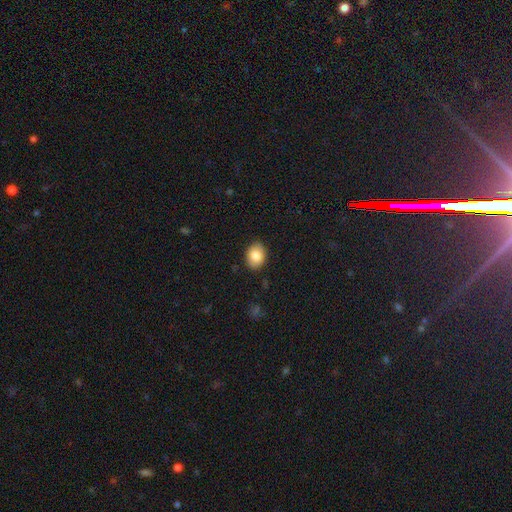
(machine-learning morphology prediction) smooth_or_featured: smooth (p=0.85) [alt: star or artifact p=0.08]
how_rounded: in between (p=0.63) [alt: round p=0.36]
merging: none (p=0.88) [alt: minor disturbance p=0.09]